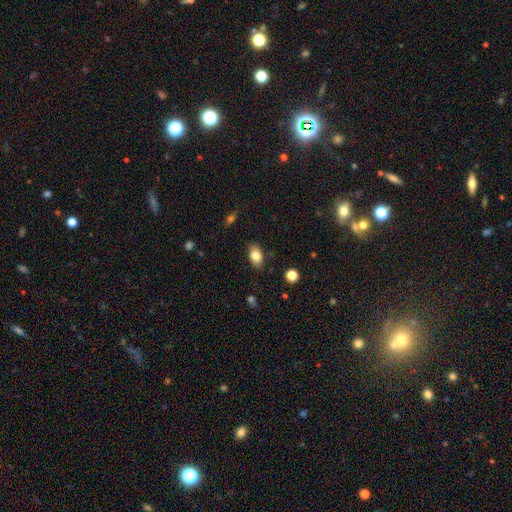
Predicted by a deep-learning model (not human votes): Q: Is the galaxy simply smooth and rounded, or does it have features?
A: smooth — 81%.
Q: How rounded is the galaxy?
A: in between — 89%.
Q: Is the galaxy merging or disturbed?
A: none — 84%.